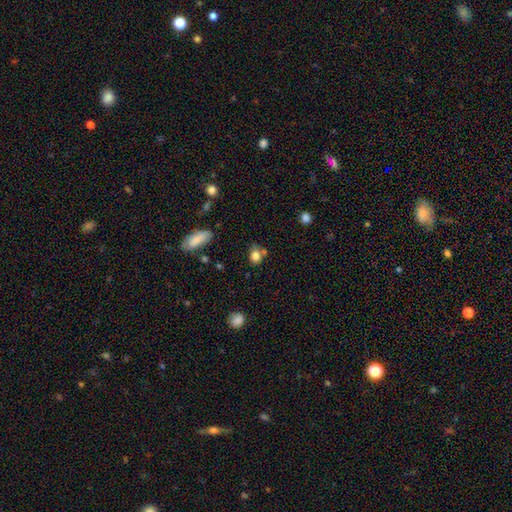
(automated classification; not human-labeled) This appears to be a smooth galaxy with no disk features (80%) that is in between round and cigar-shaped (56%). Merging: none (59%).